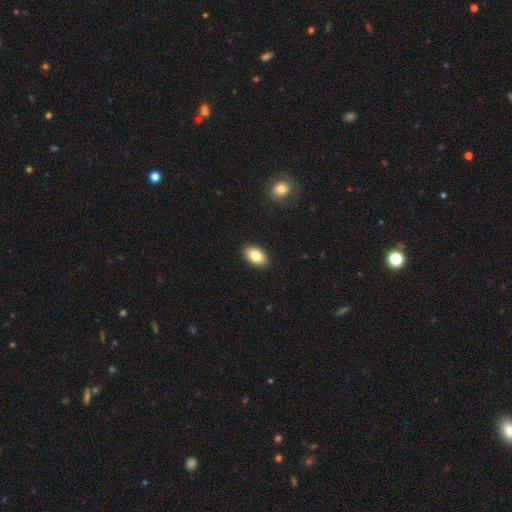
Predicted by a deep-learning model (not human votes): The model was most divided on "smooth or featured": smooth: 82%, featured or disk: 11%, star or artifact: 7%. More confident: how rounded — in between (92%); merging — none (90%).